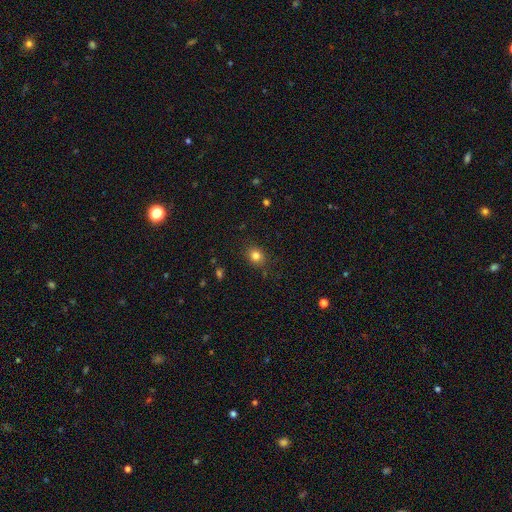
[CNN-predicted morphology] Overall: smooth (81%). How rounded: round (69%; in between 30%). Merging: none (86%).